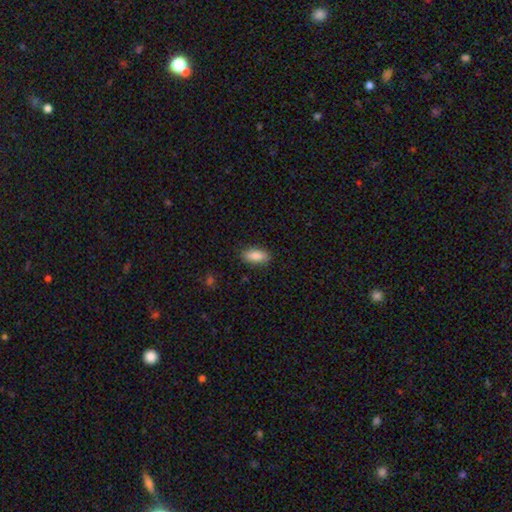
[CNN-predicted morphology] Smooth or featured? smooth (88%)
How rounded? in between (88%)
Merging? none (87%)